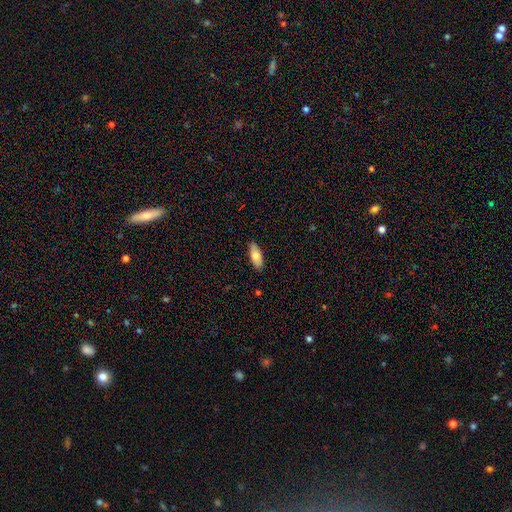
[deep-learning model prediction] smooth_or_featured: smooth (p=0.74) [alt: featured or disk p=0.20]
how_rounded: in between (p=0.76) [alt: cigar-shaped p=0.22]
merging: none (p=0.87) [alt: minor disturbance p=0.10]